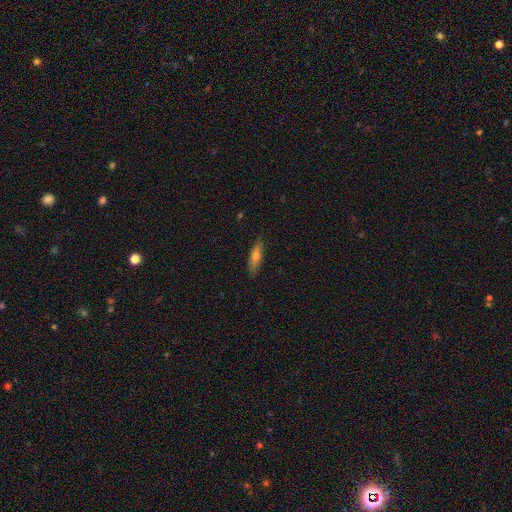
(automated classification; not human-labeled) smooth_or_featured: smooth (p=0.67) [alt: featured or disk p=0.26]
how_rounded: cigar-shaped (p=0.65) [alt: in between p=0.33]
merging: none (p=0.86) [alt: minor disturbance p=0.11]